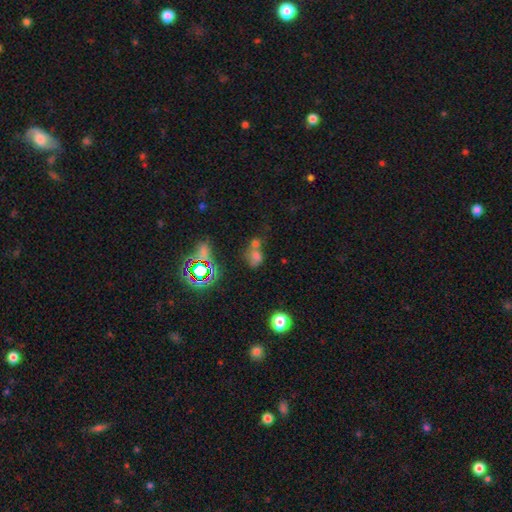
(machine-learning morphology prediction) The model was most divided on "how rounded": in between: 52%, round: 46%, cigar-shaped: 2%. More confident: smooth or featured — smooth (56%); merging — merger (52%).